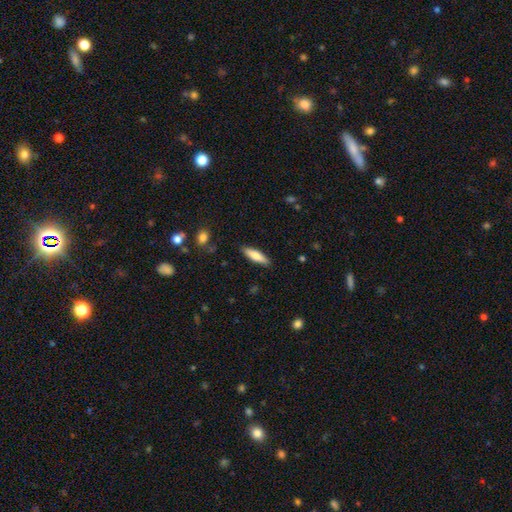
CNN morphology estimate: Q: Smooth or featured?
A: smooth (76%); runner-up: featured or disk (18%)
Q: How rounded?
A: cigar-shaped (60%); runner-up: in between (38%)
Q: Merging?
A: none (87%); runner-up: minor disturbance (9%)